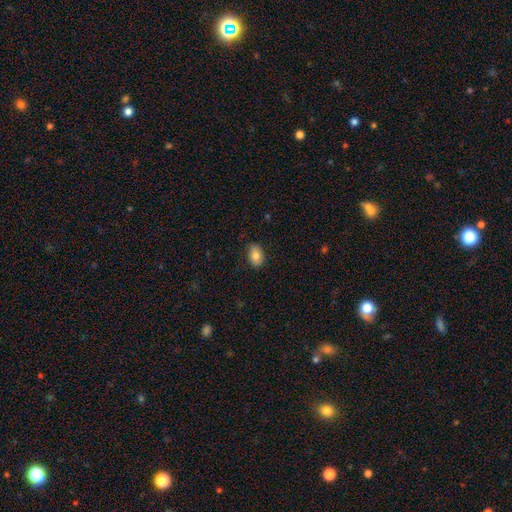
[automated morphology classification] Smooth or featured? Predicted: smooth (p=0.81). How rounded? Predicted: in between (p=0.83). Merging? Predicted: none (p=0.84).